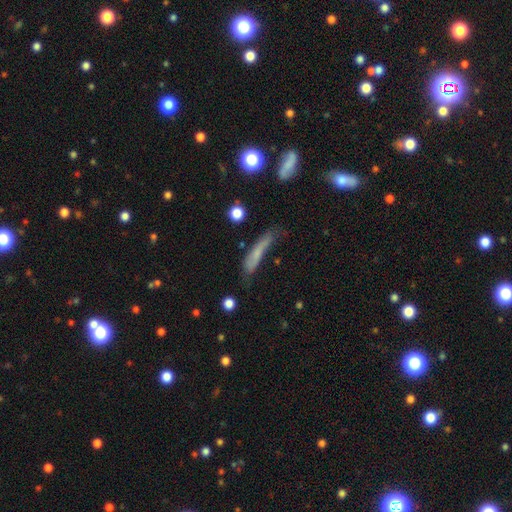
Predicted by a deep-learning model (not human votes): Q: Smooth or featured?
A: smooth (66%); runner-up: featured or disk (25%)
Q: How rounded?
A: cigar-shaped (84%); runner-up: in between (14%)
Q: Merging?
A: none (45%); runner-up: minor disturbance (31%)